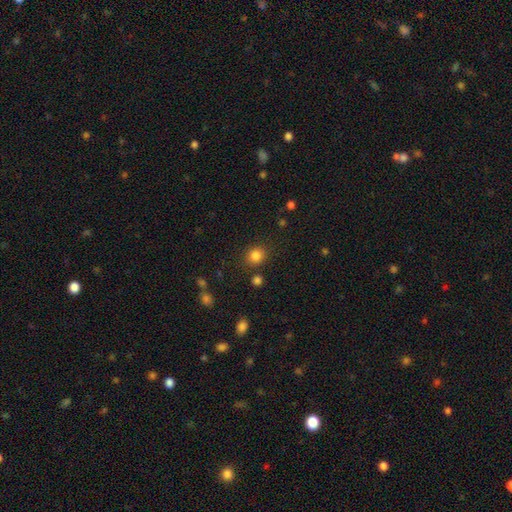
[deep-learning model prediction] Smooth or featured? Predicted: smooth (p=0.83). How rounded? Predicted: round (p=0.80). Merging? Predicted: none (p=0.83).